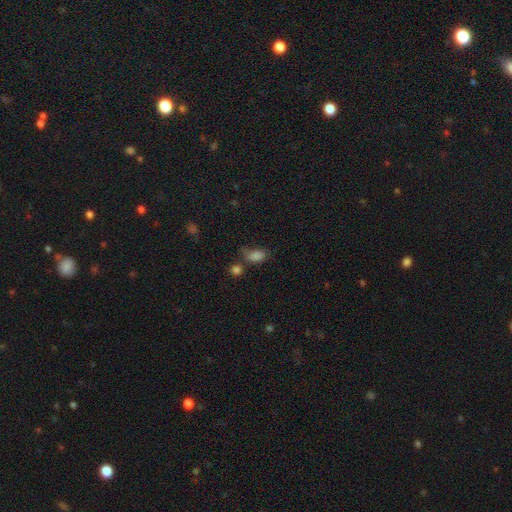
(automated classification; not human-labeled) Smooth or featured?
  - smooth: 77% *
  - star or artifact: 16%
  - featured or disk: 7%
How rounded?
  - in between: 84% *
  - round: 14%
  - cigar-shaped: 3%
Merging?
  - none: 44% *
  - minor disturbance: 25%
  - merger: 16%
  - major disturbance: 14%